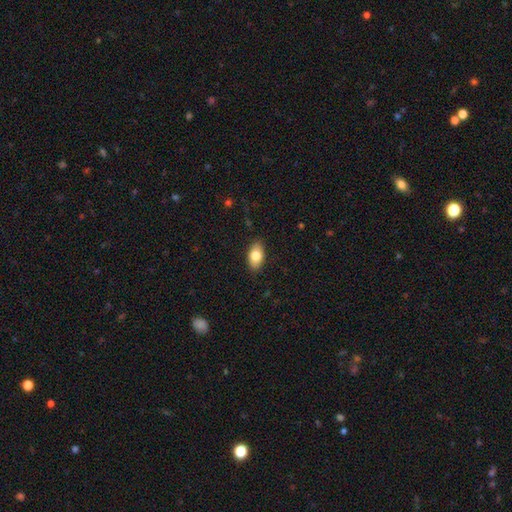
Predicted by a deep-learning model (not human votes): A smooth galaxy with no disk features (81%) that is in between round and cigar-shaped (92%).

Vote fractions:
- Smooth or featured? smooth: 81% / featured or disk: 13% / star or artifact: 7%
- How rounded? in between: 92% / round: 5% / cigar-shaped: 3%
- Merging? none: 87% / minor disturbance: 10% / major disturbance: 2% / merger: 1%